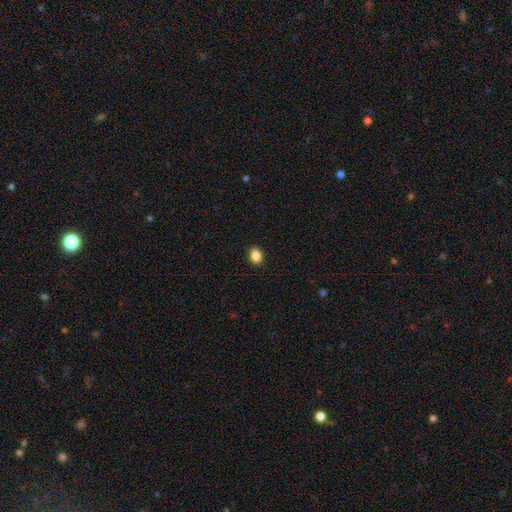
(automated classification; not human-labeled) smooth_or_featured: smooth (p=0.87) [alt: star or artifact p=0.09]
how_rounded: in between (p=0.65) [alt: round p=0.34]
merging: none (p=0.91) [alt: minor disturbance p=0.06]